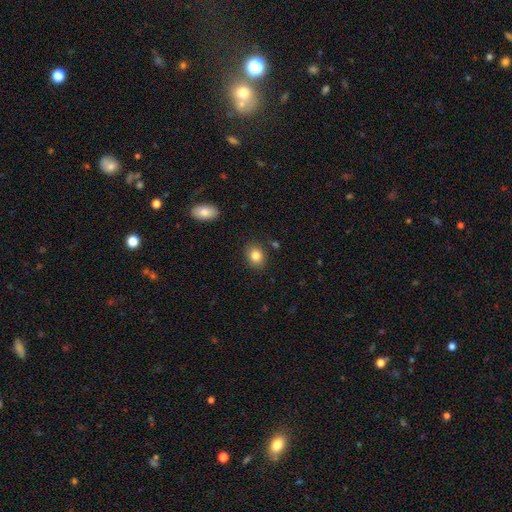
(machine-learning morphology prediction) smooth 83%, star or artifact 9%, featured or disk 8%. Down the decision tree: how rounded — in between (52%); merging — none (86%).